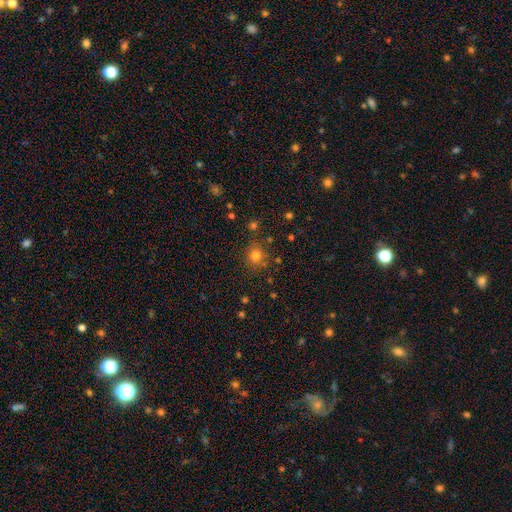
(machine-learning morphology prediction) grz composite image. It shows a smooth galaxy with no disk features (77%) that is round (86%). Merging: none (80%).